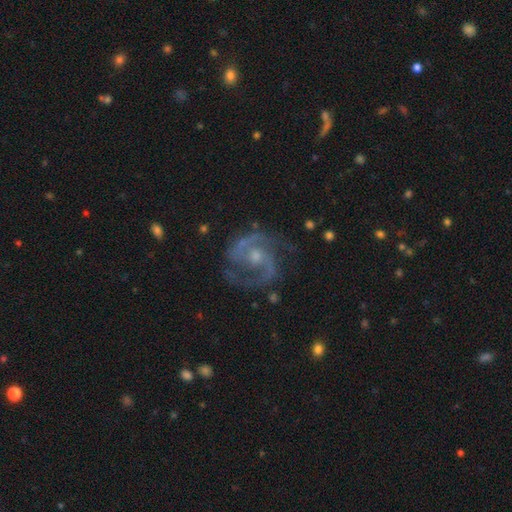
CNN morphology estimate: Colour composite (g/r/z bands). It shows a featured or disk galaxy (90%) with no bar (53%), 2 (88%) medium (60%) spiral arms (97%) and a small central bulge (46%, tied with moderate). Merging: none (72%).